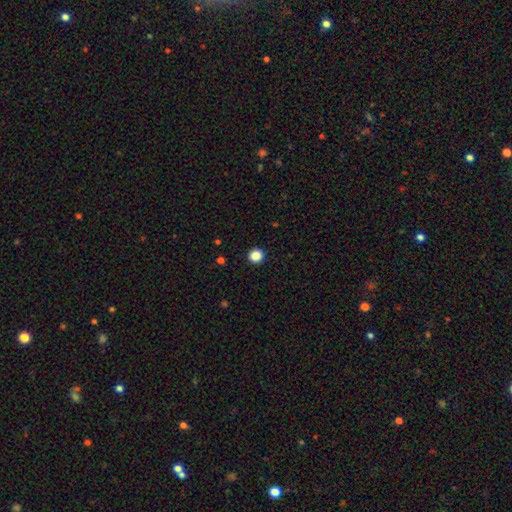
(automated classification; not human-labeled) Overall: smooth (87%). How rounded: round (93%). Merging: none (93%).